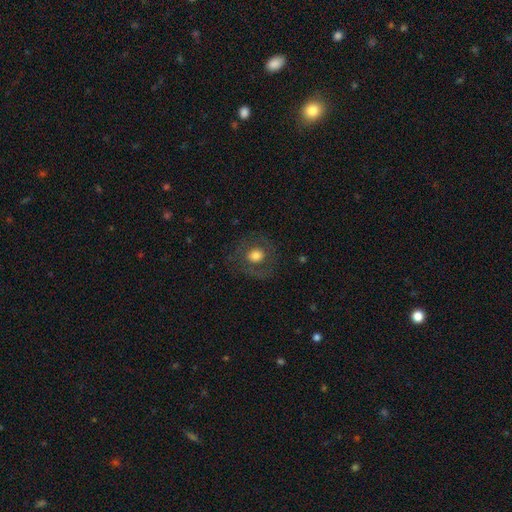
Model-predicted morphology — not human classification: Overall: smooth (59%; featured or disk 31%). How rounded: round (80%). Merging: none (78%).